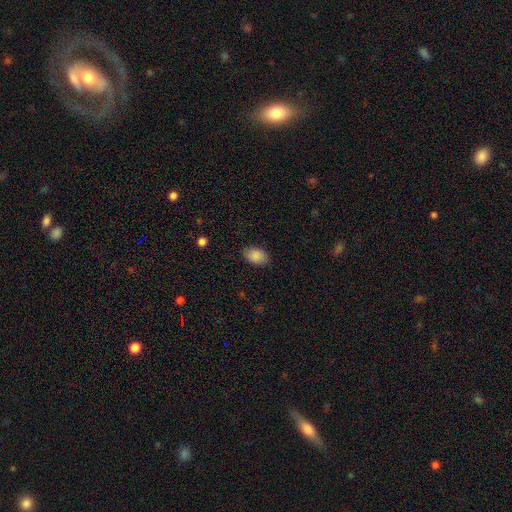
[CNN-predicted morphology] Overall: smooth (88%). How rounded: in between (87%). Merging: none (84%).